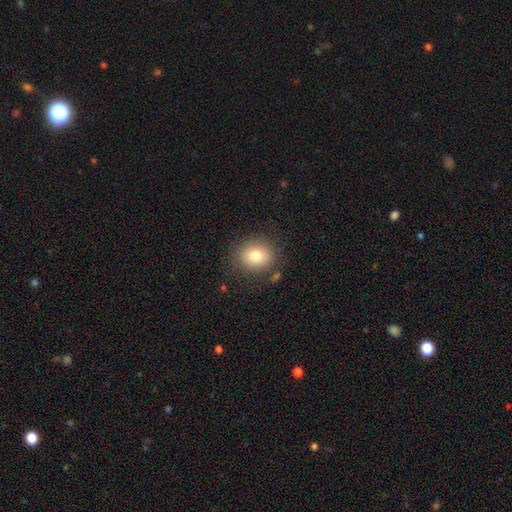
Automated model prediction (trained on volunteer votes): smooth 79%, star or artifact 10%, featured or disk 10%. Down the decision tree: how rounded — round (63%); merging — none (83%).